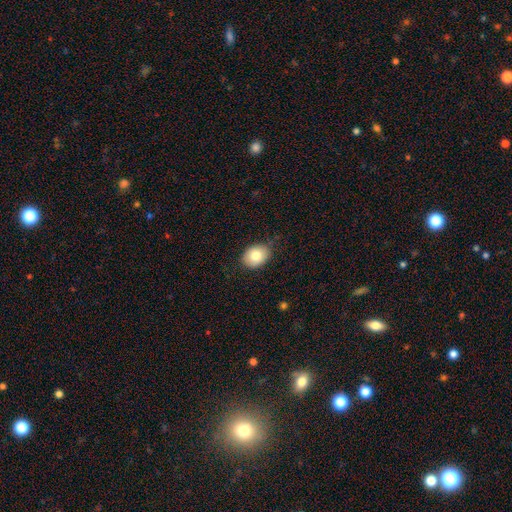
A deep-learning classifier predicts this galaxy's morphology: type=smooth (80%); roundness=in between (61%); merging=none (76%).